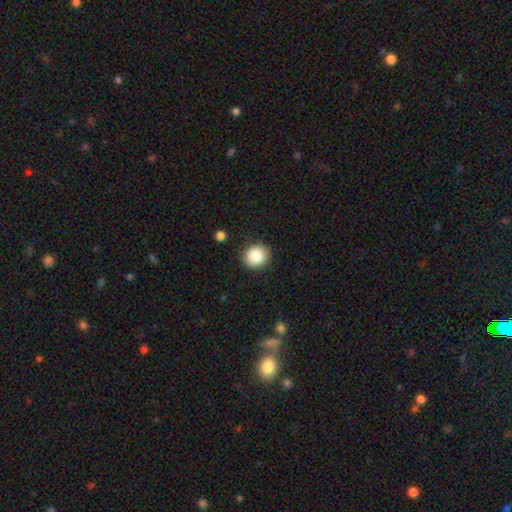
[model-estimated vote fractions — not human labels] Smooth or featured: smooth — 86% (star or artifact — 8%)
How rounded: round — 83% (in between — 16%)
Merging: none — 88% (minor disturbance — 8%)